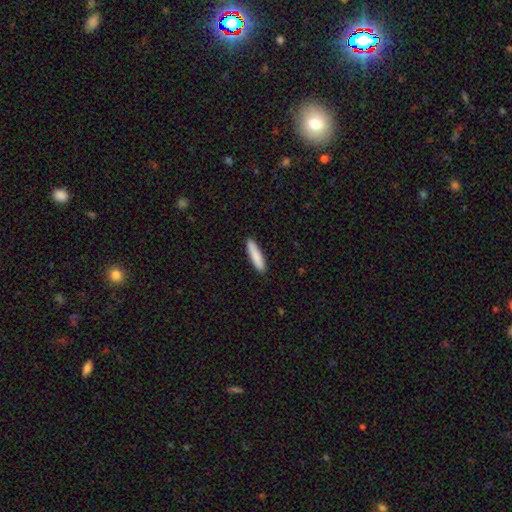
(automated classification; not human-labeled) smooth-or-featured: smooth: 86% | featured or disk: 9% | star or artifact: 5%
  how-rounded: cigar-shaped: 81% | in between: 18% | round: 1%
  merging: none: 90% | minor disturbance: 8% | major disturbance: 1% | merger: 1%